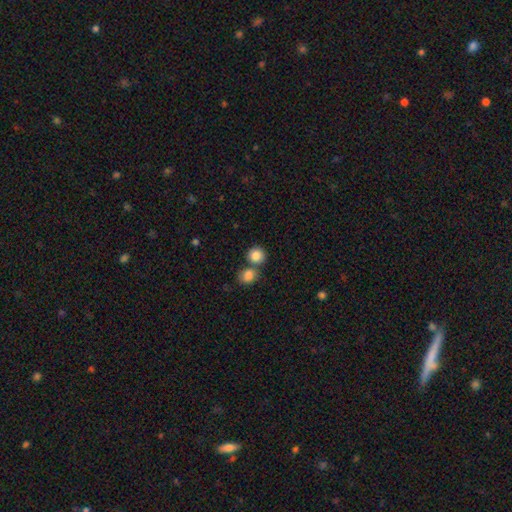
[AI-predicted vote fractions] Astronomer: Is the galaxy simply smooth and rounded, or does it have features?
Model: smooth — 85%.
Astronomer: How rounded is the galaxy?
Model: round — 88%.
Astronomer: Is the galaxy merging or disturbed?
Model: none — 57% (runner-up: merger, 32%).